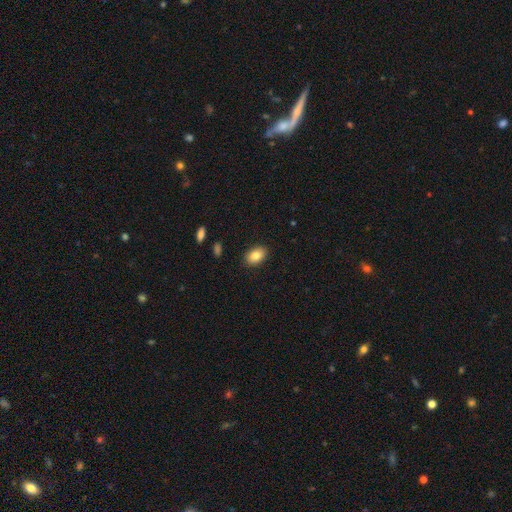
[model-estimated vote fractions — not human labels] smooth-or-featured: smooth: 83% | featured or disk: 9% | star or artifact: 8%
  how-rounded: in between: 87% | round: 11% | cigar-shaped: 1%
  merging: none: 88% | minor disturbance: 9% | major disturbance: 2% | merger: 1%